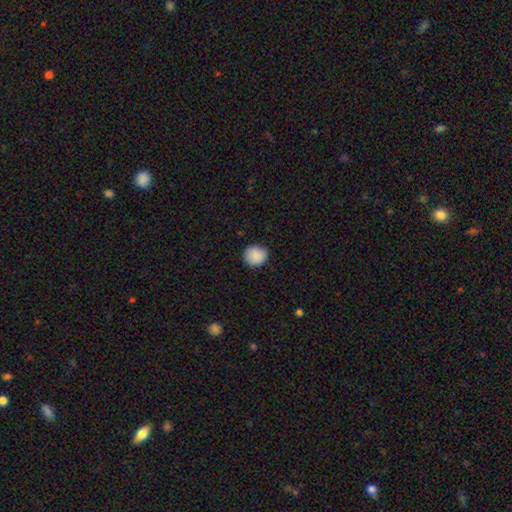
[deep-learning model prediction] This is clearly a smooth galaxy (89%). How rounded: clearly round (87%). Merging: clearly none (89%).